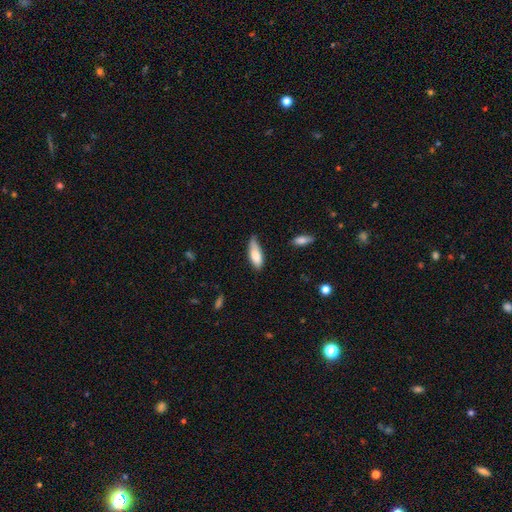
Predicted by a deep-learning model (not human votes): Smooth or featured? smooth (80%)
How rounded? in between (66%)
Merging? none (53%)